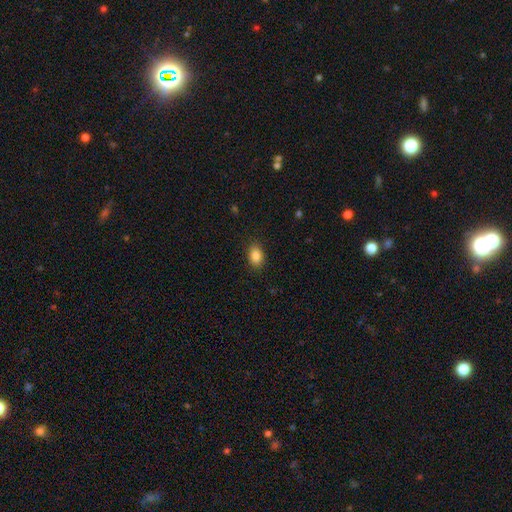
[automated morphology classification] Overall: smooth (87%). How rounded: in between (79%). Merging: none (87%).